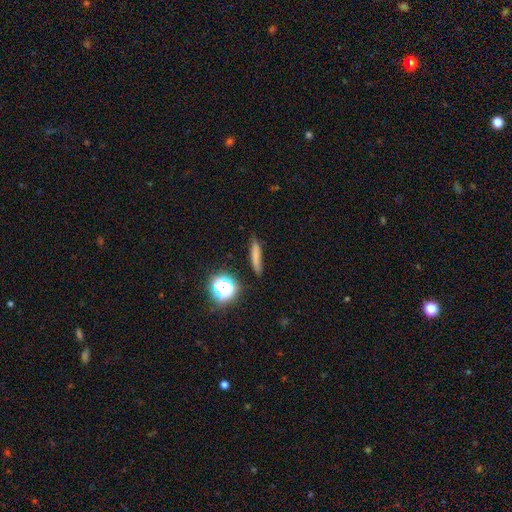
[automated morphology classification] Overall: smooth (70%). How rounded: cigar-shaped (84%). Merging: none (81%).